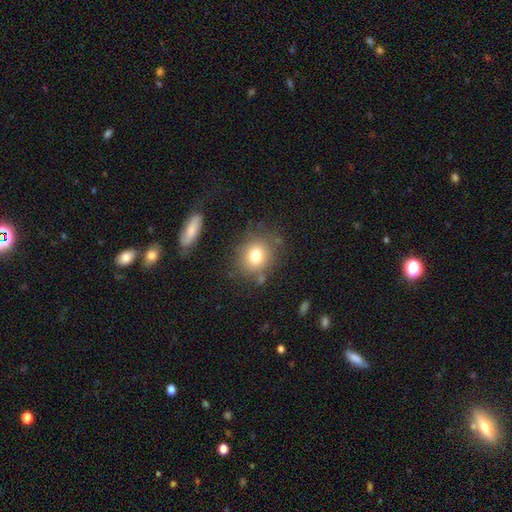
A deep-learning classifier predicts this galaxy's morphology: type=smooth (77%); roundness=round (77%); merging=none (76%).